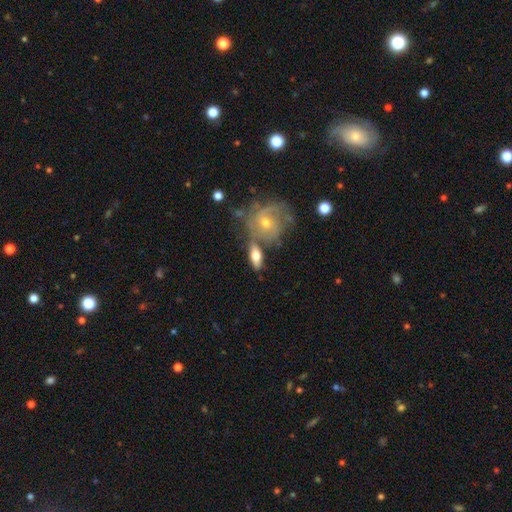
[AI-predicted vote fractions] Q: Smooth or featured?
A: smooth (52%); runner-up: featured or disk (42%)
Q: How rounded?
A: in between (73%); runner-up: cigar-shaped (21%)
Q: Merging?
A: none (57%); runner-up: merger (20%)